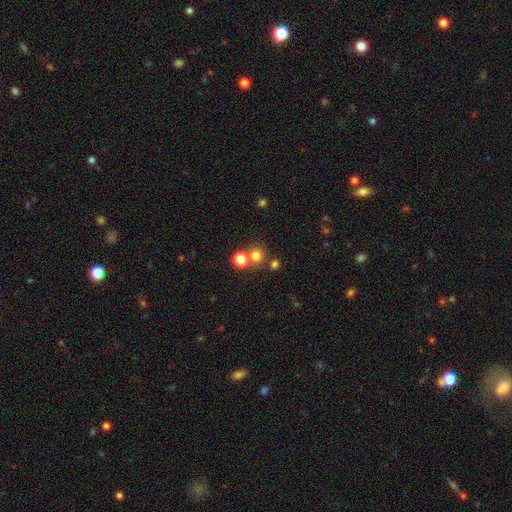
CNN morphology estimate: type=smooth (76%); roundness=round (89%); merging=none (62%).